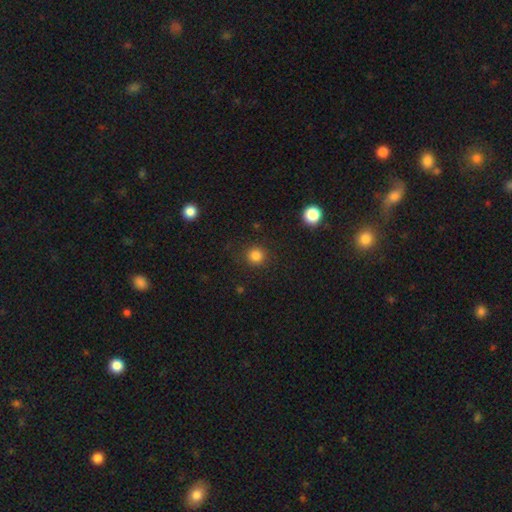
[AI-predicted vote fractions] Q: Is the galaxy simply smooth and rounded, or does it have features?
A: smooth — 84%.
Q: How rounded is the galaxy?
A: round — 94%.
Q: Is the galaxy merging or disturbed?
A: none — 89%.